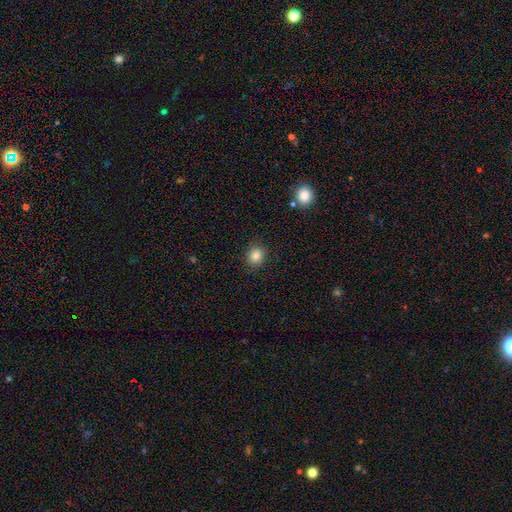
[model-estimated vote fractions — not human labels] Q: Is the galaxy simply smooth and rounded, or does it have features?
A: smooth — 85%.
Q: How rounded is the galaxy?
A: round — 66%.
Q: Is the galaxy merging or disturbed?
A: none — 88%.